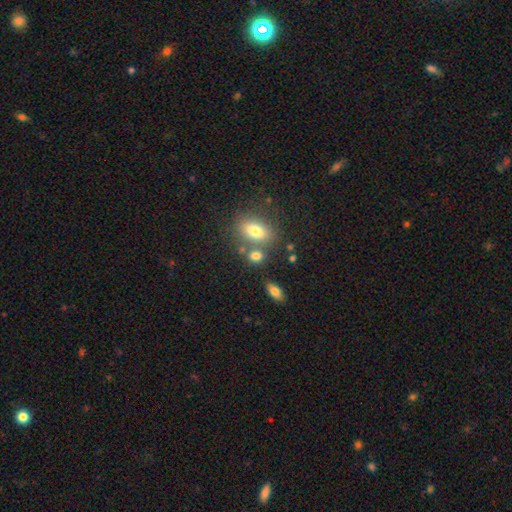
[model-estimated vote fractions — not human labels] This is likely a smooth galaxy (76%). How rounded: likely in between (63%). Merging: possibly none (58%).